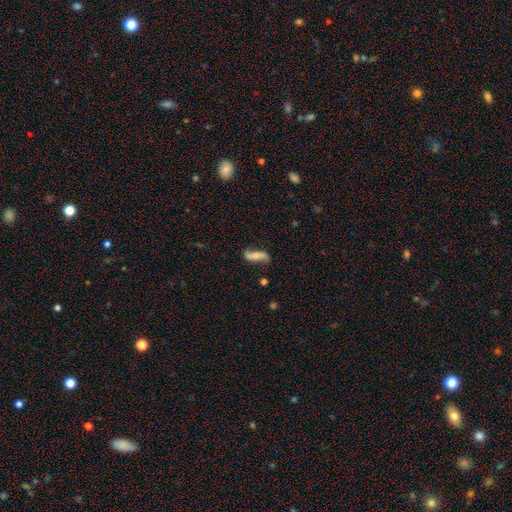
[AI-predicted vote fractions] Smooth or featured?
  - featured or disk: 59% *
  - smooth: 33%
  - star or artifact: 7%
Edge-on disk?
  - no: 87% *
  - yes: 13%
Bar?
  - no: 46% *
  - weak: 27%
  - strong: 27%
Spiral arms?
  - yes: 88% *
  - no: 12%
Bulge size?
  - small: 47% *
  - moderate: 25%
  - none: 23%
  - large: 4%
  - dominant: 2%
Merging?
  - none: 67% *
  - minor disturbance: 21%
  - major disturbance: 8%
  - merger: 4%